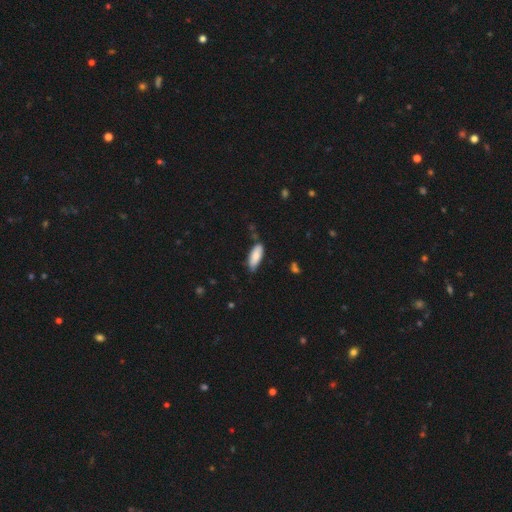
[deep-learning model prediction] smooth_or_featured: smooth (p=0.84) [alt: featured or disk p=0.10]
how_rounded: in between (p=0.75) [alt: cigar-shaped p=0.24]
merging: none (p=0.72) [alt: minor disturbance p=0.23]